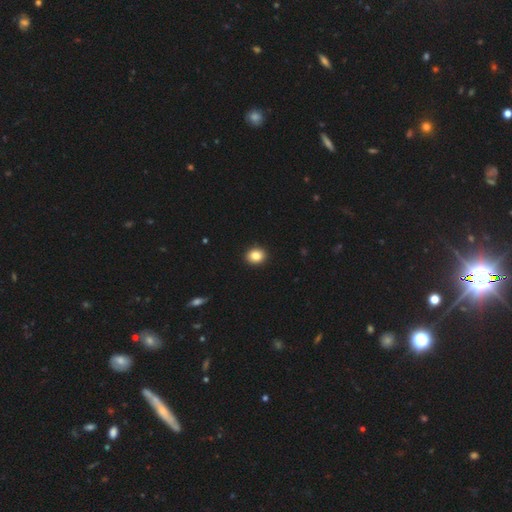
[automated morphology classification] Smooth or featured? Predicted: smooth (p=0.85). How rounded? Predicted: round (p=0.61). Merging? Predicted: none (p=0.92).